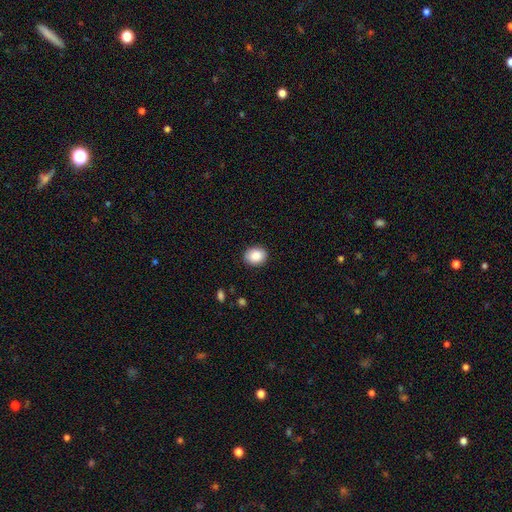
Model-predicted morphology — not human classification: Smooth or featured? Predicted: smooth (p=0.88). How rounded? Predicted: in between (p=0.52). Merging? Predicted: none (p=0.89).